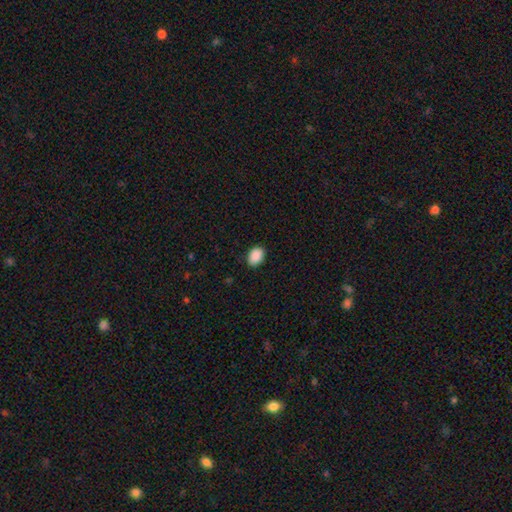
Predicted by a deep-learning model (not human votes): Overall: smooth (90%). How rounded: in between (79%). Merging: none (88%).